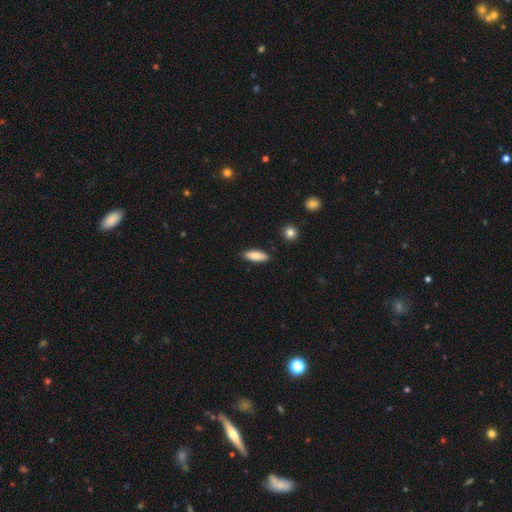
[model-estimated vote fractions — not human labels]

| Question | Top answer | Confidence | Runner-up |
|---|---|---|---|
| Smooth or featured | smooth | 85% | featured or disk (9%) |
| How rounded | in between | 64% | cigar-shaped (34%) |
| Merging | none | 88% | minor disturbance (9%) |